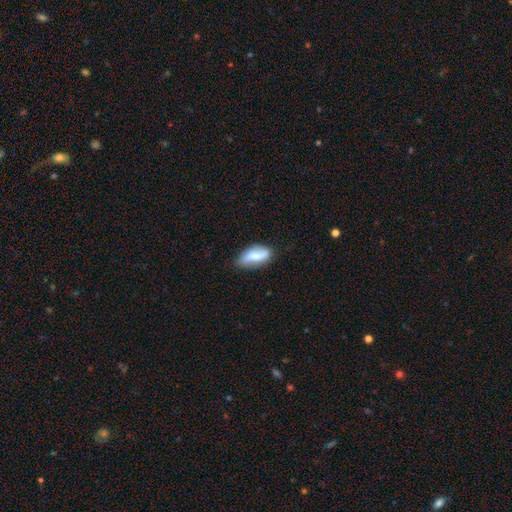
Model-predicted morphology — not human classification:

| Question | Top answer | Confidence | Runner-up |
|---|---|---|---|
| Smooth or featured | smooth | 54% | featured or disk (39%) |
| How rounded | in between | 83% | cigar-shaped (14%) |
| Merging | none | 66% | minor disturbance (25%) |